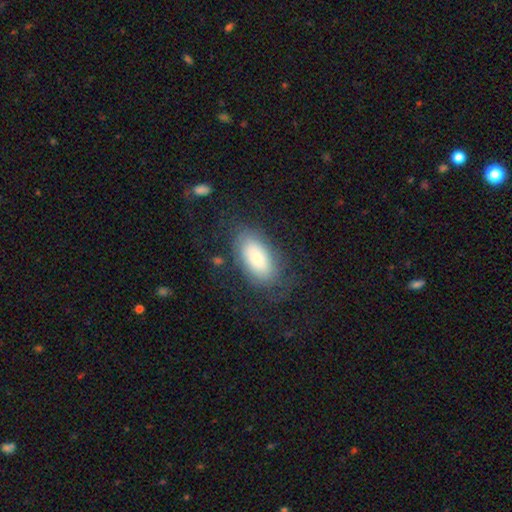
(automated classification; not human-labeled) smooth 66%, featured or disk 26%, star or artifact 8%. Down the decision tree: how rounded — in between (93%); merging — none (66%).